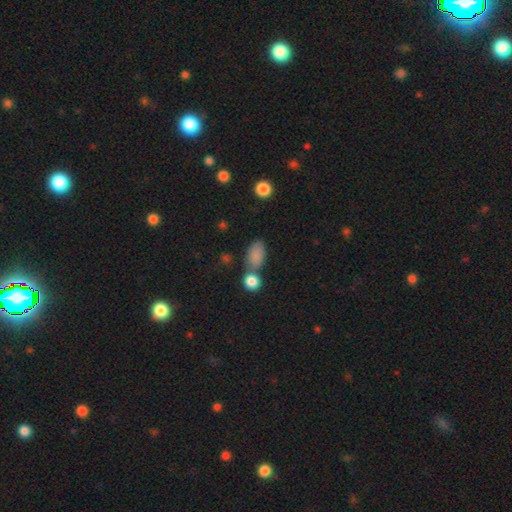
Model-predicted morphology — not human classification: smooth 83%, star or artifact 10%, featured or disk 7%. Down the decision tree: how rounded — in between (88%); merging — none (53%).